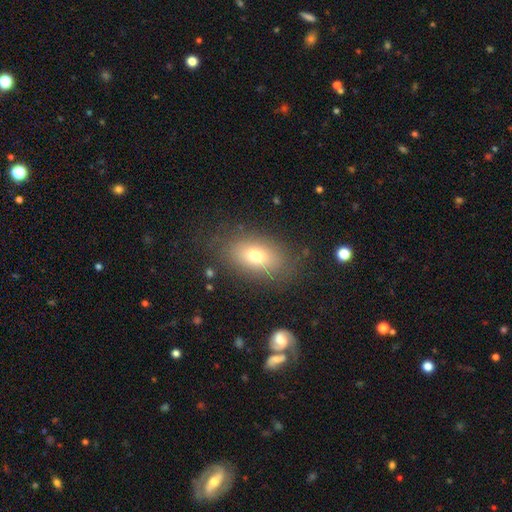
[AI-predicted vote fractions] Q: Smooth or featured?
A: smooth (72%); runner-up: featured or disk (16%)
Q: How rounded?
A: in between (84%); runner-up: round (14%)
Q: Merging?
A: none (80%); runner-up: minor disturbance (12%)